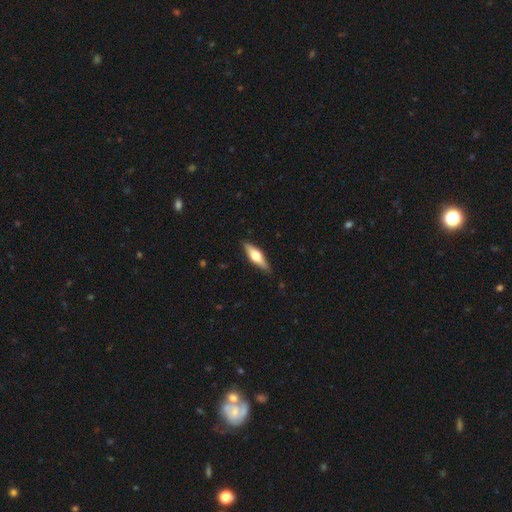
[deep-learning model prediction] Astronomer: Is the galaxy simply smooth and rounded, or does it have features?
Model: featured or disk — 56% (runner-up: smooth, 39%).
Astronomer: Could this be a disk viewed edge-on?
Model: yes — 94%.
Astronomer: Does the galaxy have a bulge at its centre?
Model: rounded — 94%.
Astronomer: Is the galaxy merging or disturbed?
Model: none — 88%.